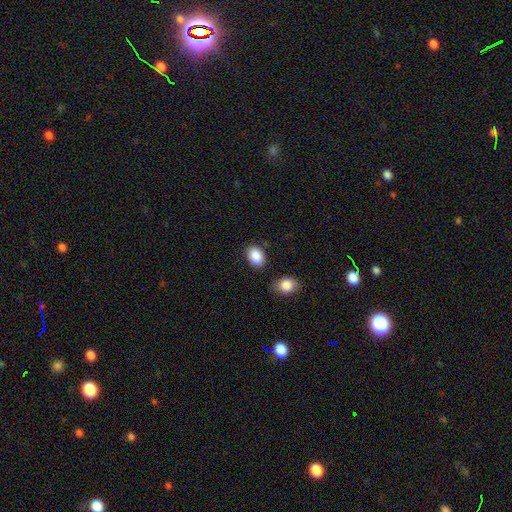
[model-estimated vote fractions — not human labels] Smooth or featured? Predicted: smooth (p=0.88). How rounded? Predicted: in between (p=0.77). Merging? Predicted: none (p=0.80).